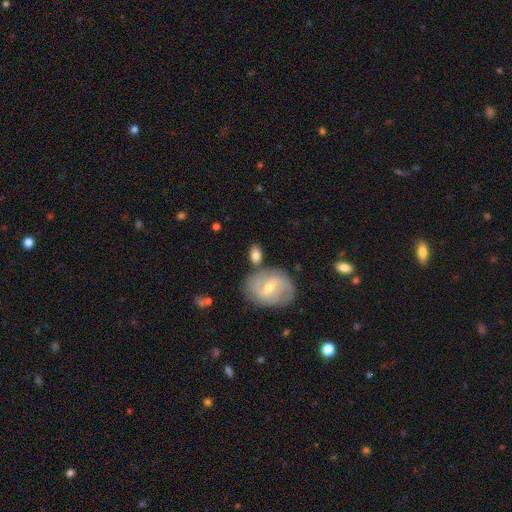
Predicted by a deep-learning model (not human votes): This is likely a smooth galaxy (63%). How rounded: likely in between (77%). Merging: likely none (67%).